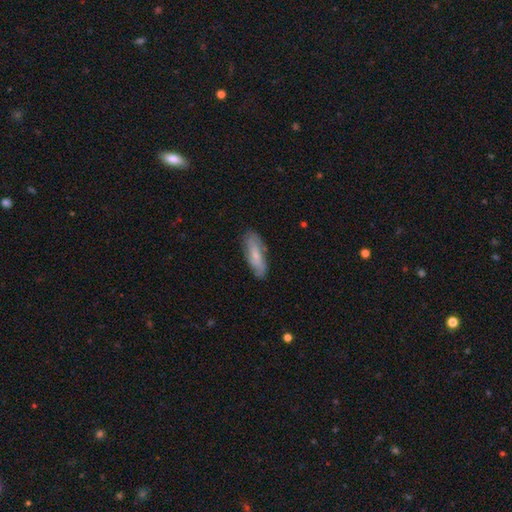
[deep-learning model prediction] A smooth galaxy with no disk features (54%) that is in between round and cigar-shaped (51%). Merging: none (79%).